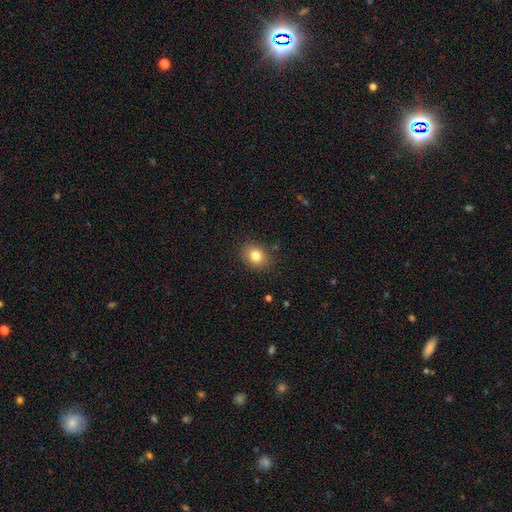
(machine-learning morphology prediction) This is clearly a smooth galaxy (82%). How rounded: possibly round (58%). Merging: clearly none (86%).